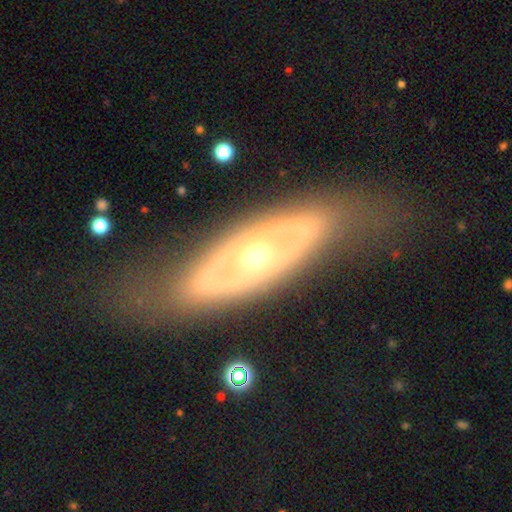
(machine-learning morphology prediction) smooth-or-featured: featured or disk: 73% | smooth: 21% | star or artifact: 5%
  disk-edge-on: no: 81% | yes: 19%
    bar: no: 80% | weak: 12% | strong: 8%
    has-spiral-arms: no: 78% | yes: 22%
    bulge-size: moderate: 70% | small: 16% | large: 12% | dominant: 2% | none: 1%
  merging: none: 73% | minor disturbance: 14% | major disturbance: 11% | merger: 2%